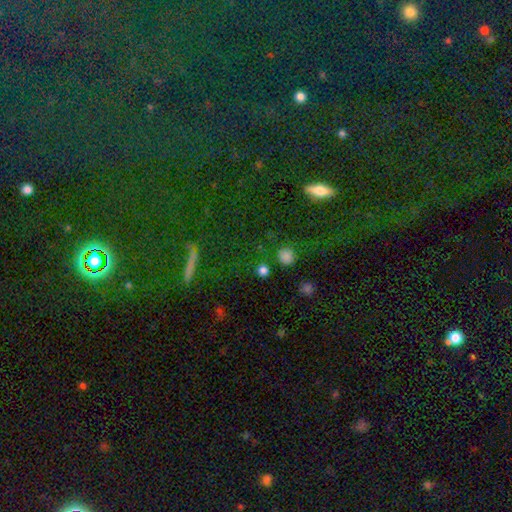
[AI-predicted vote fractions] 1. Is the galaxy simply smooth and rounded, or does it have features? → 63% star or artifact, 23% smooth, 15% featured or disk.